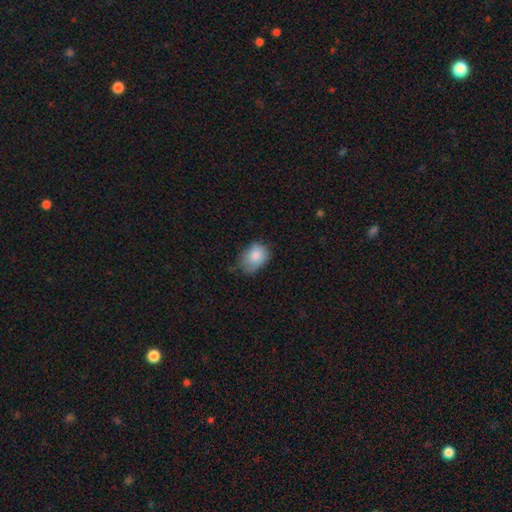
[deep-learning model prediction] Morphology: type=smooth (84%); roundness=in between (70%); merging=none (51%).